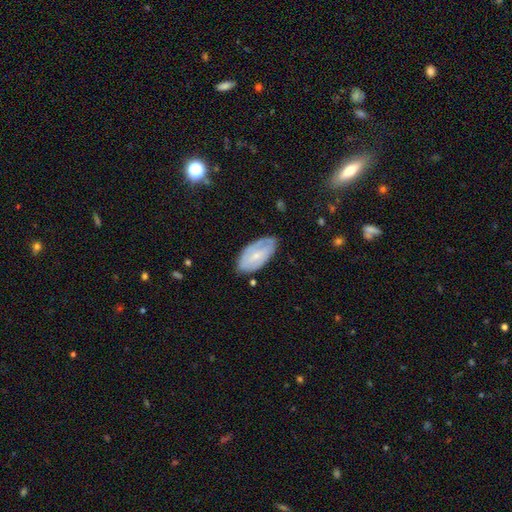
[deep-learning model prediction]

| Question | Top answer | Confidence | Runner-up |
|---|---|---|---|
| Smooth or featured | featured or disk | 51% | smooth (43%) |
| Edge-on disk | no | 91% | yes (9%) |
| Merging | none | 69% | minor disturbance (24%) |